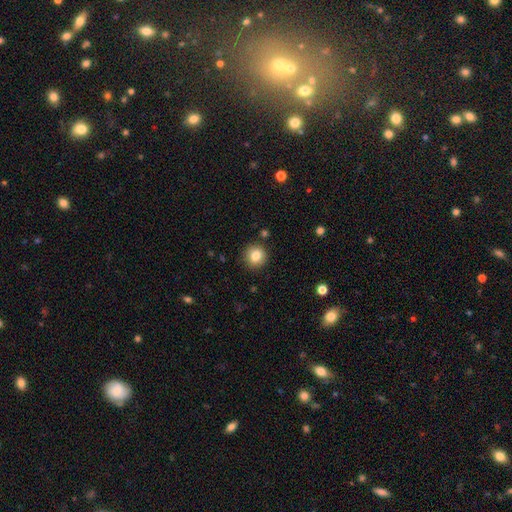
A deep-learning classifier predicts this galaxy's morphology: smooth 82%, star or artifact 10%, featured or disk 8%. Down the decision tree: how rounded — round (91%); merging — none (90%).